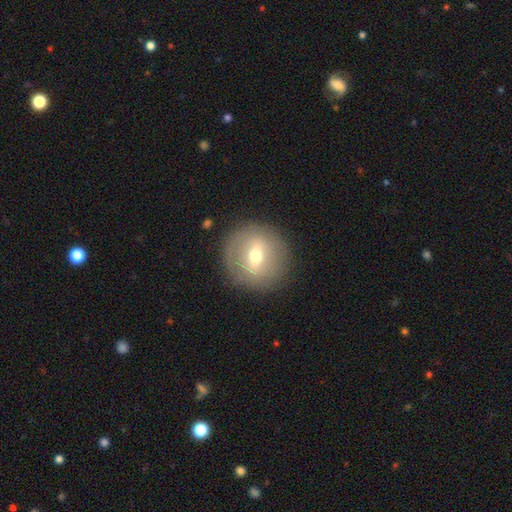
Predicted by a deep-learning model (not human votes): This appears to be a featured or disk galaxy (46%). Merging: none (86%).